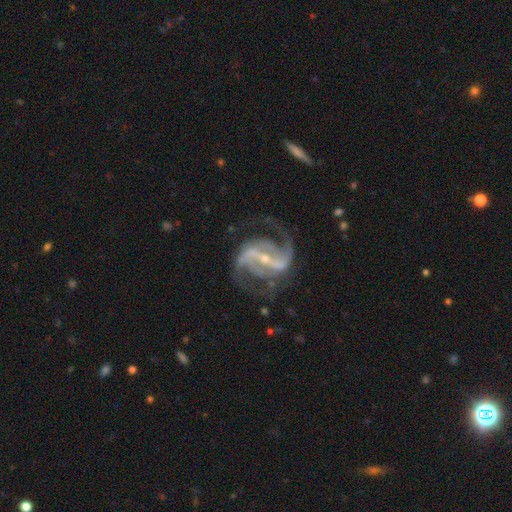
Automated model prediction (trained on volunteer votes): This appears to be a featured or disk galaxy (89%) with a strong bar (55%), 2 (80%) medium (46%) spiral arms (97%) and a small central bulge (74%). Merging: none (65%).